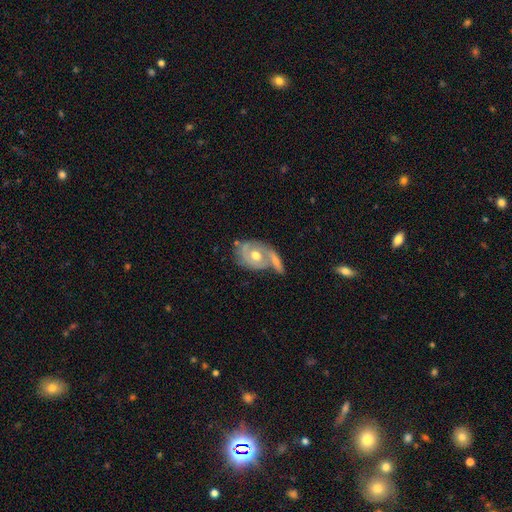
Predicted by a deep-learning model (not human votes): smooth_or_featured: featured or disk (p=0.67) [alt: smooth p=0.27]
disk_edge_on: no (p=0.94) [alt: yes p=0.06]
bar: no (p=0.73) [alt: weak p=0.22]
has_spiral_arms: yes (p=0.68) [alt: no p=0.32]
bulge_size: moderate (p=0.77) [alt: small p=0.11]
merging: merger (p=0.37) [alt: none p=0.34]